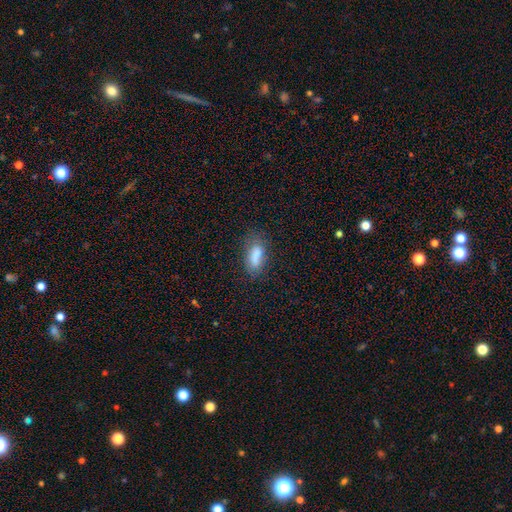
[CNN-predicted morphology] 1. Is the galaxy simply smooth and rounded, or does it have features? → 80% smooth, 10% featured or disk, 9% star or artifact.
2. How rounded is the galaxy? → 80% in between, 16% cigar-shaped, 4% round.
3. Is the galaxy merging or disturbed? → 65% none, 23% minor disturbance, 9% major disturbance, 3% merger.